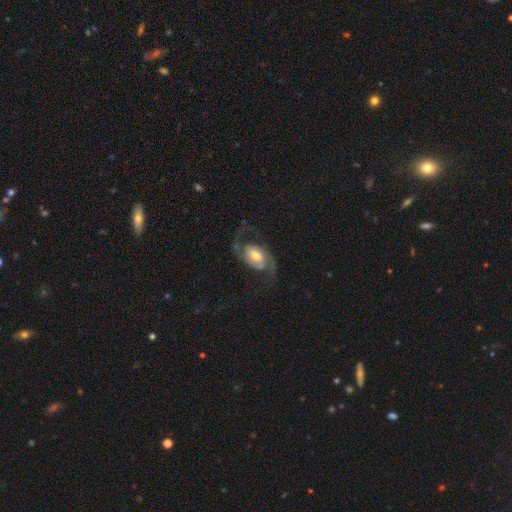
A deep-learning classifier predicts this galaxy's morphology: Smooth or featured: featured or disk — 85% (smooth — 10%)
Edge-on disk: no — 97% (yes — 3%)
Bar: no — 44% (weak — 41%)
Spiral arms: yes — 96% (no — 4%)
Spiral winding: loose — 45% (medium — 43%)
Spiral arm count: 2 — 92% (can't tell — 2%)
Bulge size: moderate — 63% (small — 18%)
Merging: none — 68% (major disturbance — 16%)